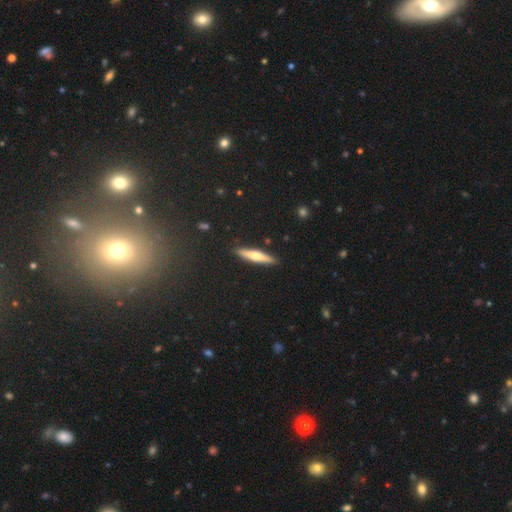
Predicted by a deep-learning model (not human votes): smooth_or_featured: smooth (p=0.53) [alt: featured or disk p=0.40]
how_rounded: cigar-shaped (p=0.87) [alt: in between p=0.11]
merging: none (p=0.89) [alt: minor disturbance p=0.07]